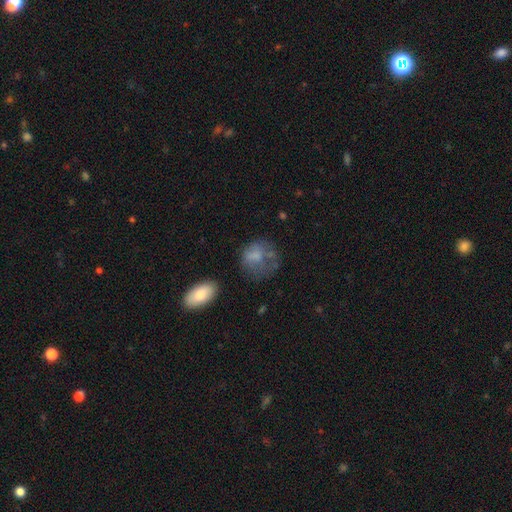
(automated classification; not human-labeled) Smooth or featured?
  - smooth: 64% *
  - featured or disk: 24%
  - star or artifact: 11%
How rounded?
  - round: 63% *
  - in between: 36%
  - cigar-shaped: 1%
Merging?
  - none: 39% *
  - major disturbance: 30%
  - minor disturbance: 24%
  - merger: 7%